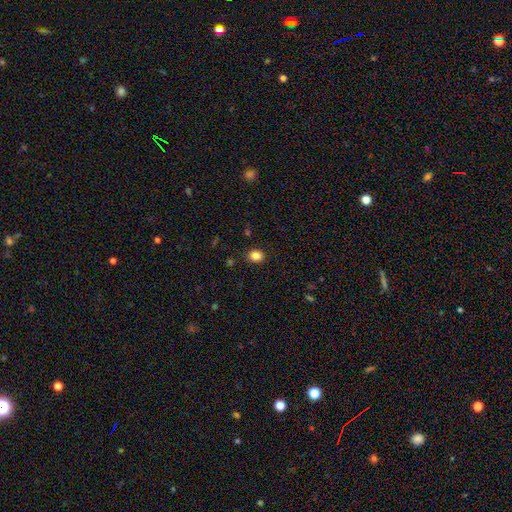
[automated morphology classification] smooth-or-featured: smooth: 85% | star or artifact: 11% | featured or disk: 4%
  how-rounded: round: 54% | in between: 45% | cigar-shaped: 1%
  merging: none: 88% | minor disturbance: 9% | major disturbance: 2% | merger: 1%